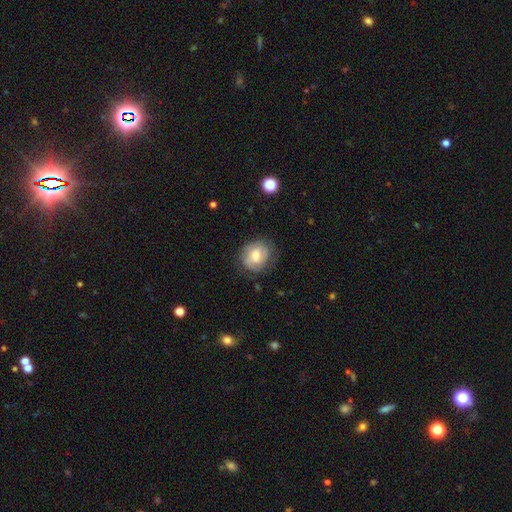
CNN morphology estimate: Q: Smooth or featured?
A: smooth (47%); runner-up: featured or disk (46%)
Q: Merging?
A: none (70%); runner-up: minor disturbance (21%)